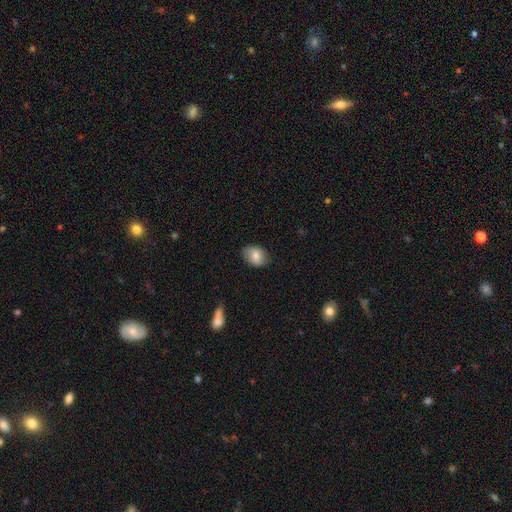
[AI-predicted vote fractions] The model was most divided on "how rounded": in between: 67%, round: 32%, cigar-shaped: 1%. More confident: merging — none (80%); smooth or featured — smooth (78%).